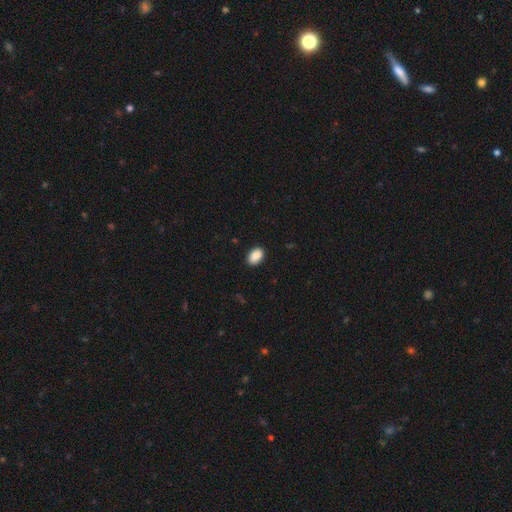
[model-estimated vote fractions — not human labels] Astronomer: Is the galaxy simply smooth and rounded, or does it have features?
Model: smooth — 90%.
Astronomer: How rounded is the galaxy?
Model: in between — 89%.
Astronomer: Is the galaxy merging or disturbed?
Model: none — 90%.